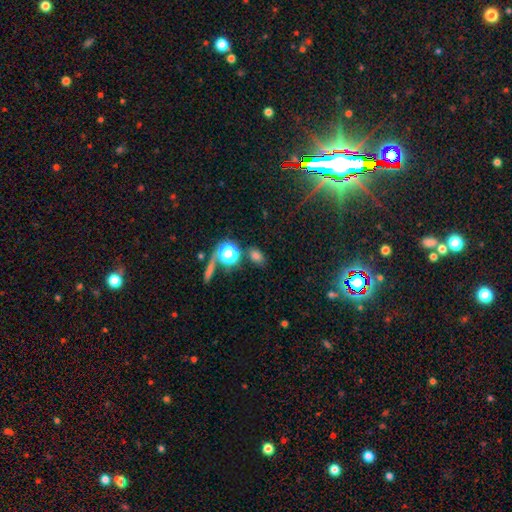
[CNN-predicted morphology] The model was most divided on "how rounded": in between: 64%, round: 32%, cigar-shaped: 4%. More confident: merging — none (75%); smooth or featured — smooth (70%).